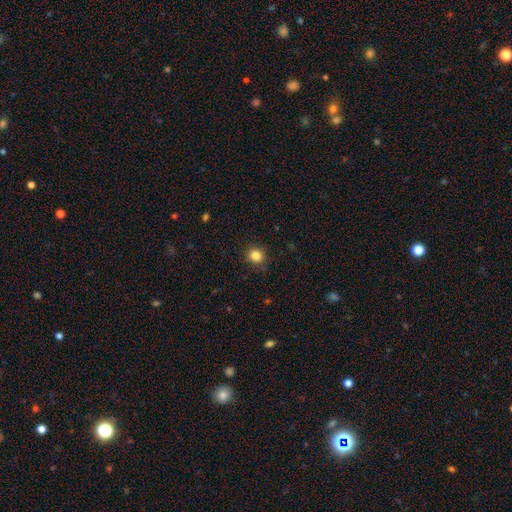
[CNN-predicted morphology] Smooth or featured?
  - smooth: 84% *
  - star or artifact: 11%
  - featured or disk: 4%
How rounded?
  - round: 80% *
  - in between: 20%
  - cigar-shaped: 1%
Merging?
  - none: 88% *
  - minor disturbance: 9%
  - major disturbance: 2%
  - merger: 1%